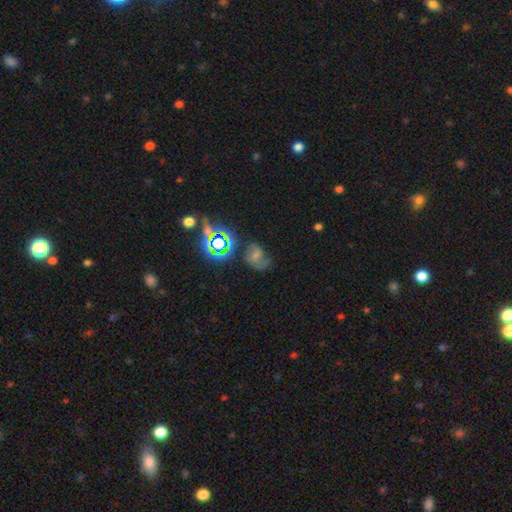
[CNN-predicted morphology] The model was most divided on "smooth or featured": featured or disk: 39%, smooth: 35%, star or artifact: 26%. Remaining: merging — none (45%).